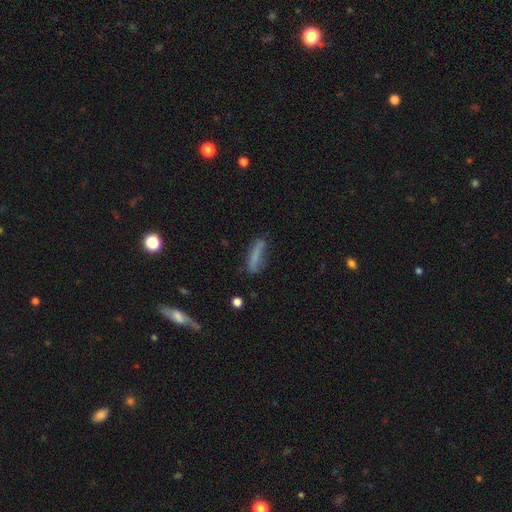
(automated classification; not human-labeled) Overall: smooth (70%). How rounded: cigar-shaped (78%). Merging: none (62%; minor disturbance 24%).